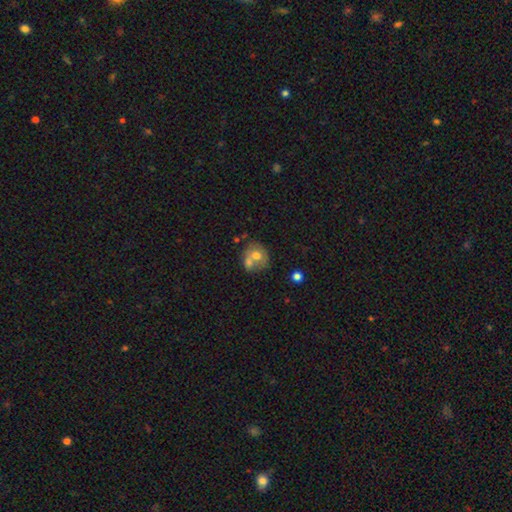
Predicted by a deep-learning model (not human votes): Overall: smooth (62%; featured or disk 30%). How rounded: round (70%). Merging: merger (48%; none 35%).